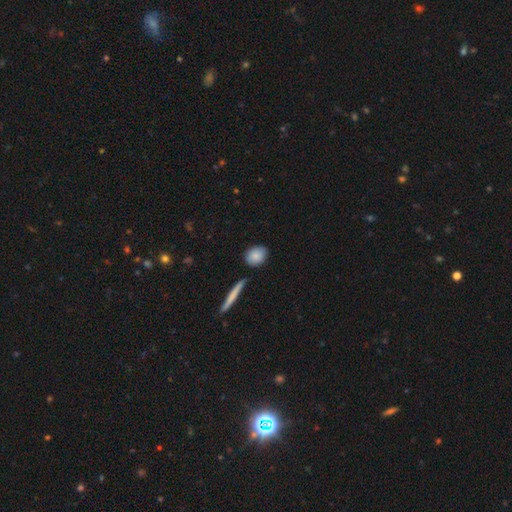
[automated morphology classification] Overall: smooth (83%). How rounded: in between (49%; round 47%). Merging: none (82%).